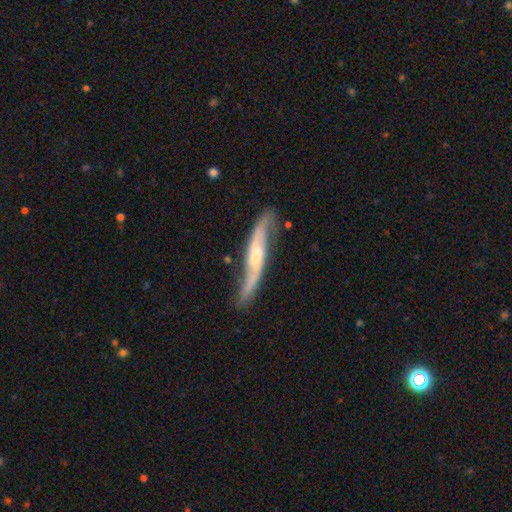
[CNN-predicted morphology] smooth_or_featured: featured or disk (p=0.78) [alt: smooth p=0.17]
disk_edge_on: no (p=0.58) [alt: yes p=0.42]
merging: none (p=0.71) [alt: minor disturbance p=0.20]